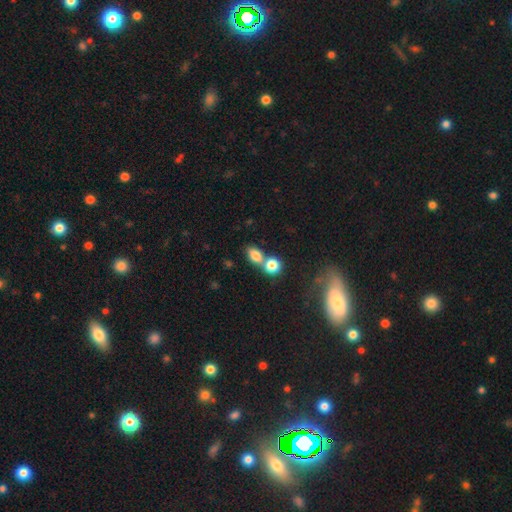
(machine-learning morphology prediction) The model was most divided on "merging": merger: 46%, none: 41%, minor disturbance: 9%, major disturbance: 4%. More confident: smooth or featured — smooth (79%); how rounded — in between (71%).